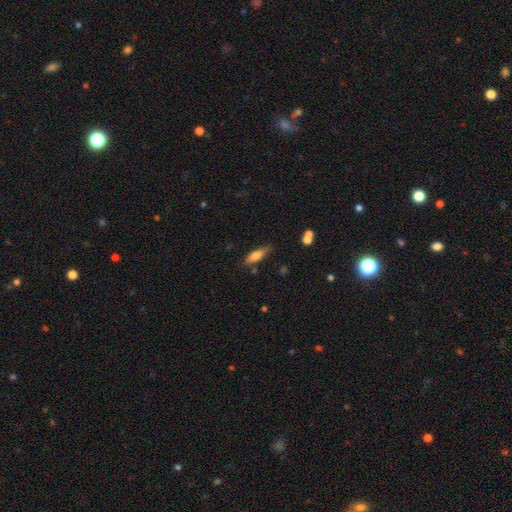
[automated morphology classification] smooth_or_featured: smooth (p=0.69) [alt: featured or disk p=0.24]
how_rounded: in between (p=0.50) [alt: cigar-shaped p=0.47]
merging: none (p=0.75) [alt: minor disturbance p=0.17]